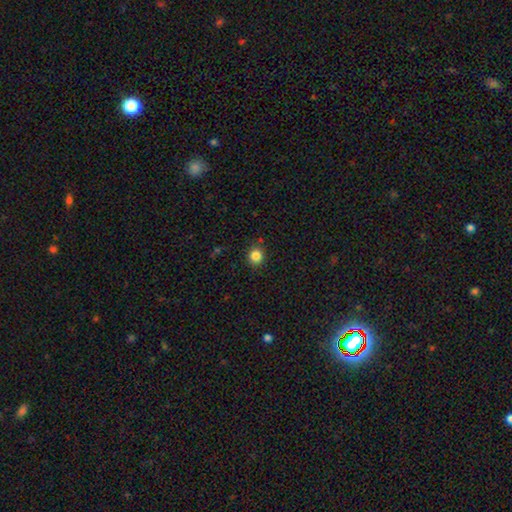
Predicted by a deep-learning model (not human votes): Smooth or featured: smooth — 84% (star or artifact — 11%)
How rounded: round — 87% (in between — 13%)
Merging: none — 88% (minor disturbance — 8%)